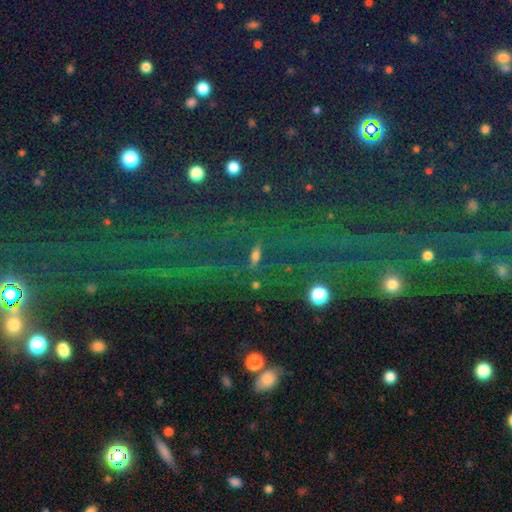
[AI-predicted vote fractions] Q: Smooth or featured?
A: smooth (36%); runner-up: star or artifact (34%)
Q: Merging?
A: none (77%); runner-up: minor disturbance (11%)